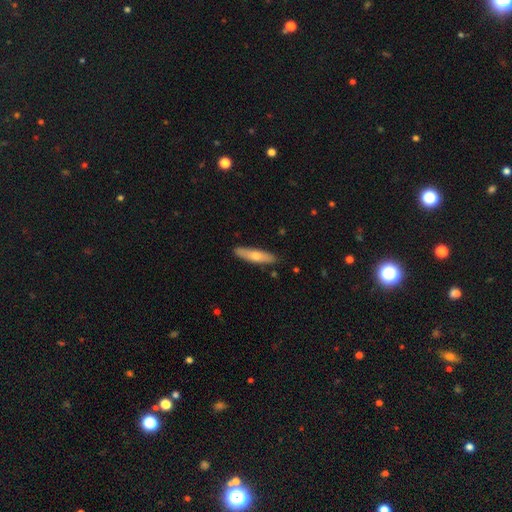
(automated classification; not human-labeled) Smooth or featured?
  - smooth: 59% *
  - featured or disk: 35%
  - star or artifact: 6%
How rounded?
  - cigar-shaped: 77% *
  - in between: 22%
  - round: 2%
Merging?
  - none: 88% *
  - minor disturbance: 9%
  - major disturbance: 2%
  - merger: 1%